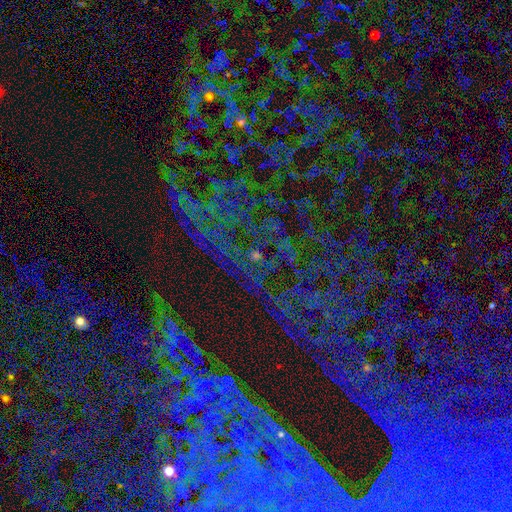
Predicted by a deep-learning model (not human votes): This appears to be a star or artifact, not a galaxy (75%).